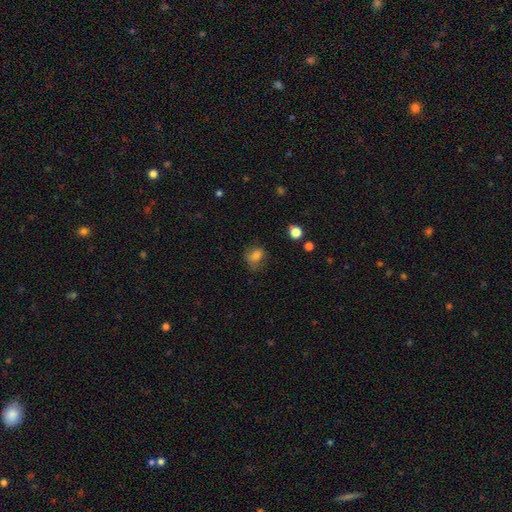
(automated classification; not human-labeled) Smooth or featured?
  - smooth: 78% *
  - star or artifact: 12%
  - featured or disk: 10%
How rounded?
  - in between: 56% *
  - round: 43%
  - cigar-shaped: 1%
Merging?
  - none: 54% *
  - minor disturbance: 29%
  - major disturbance: 15%
  - merger: 2%